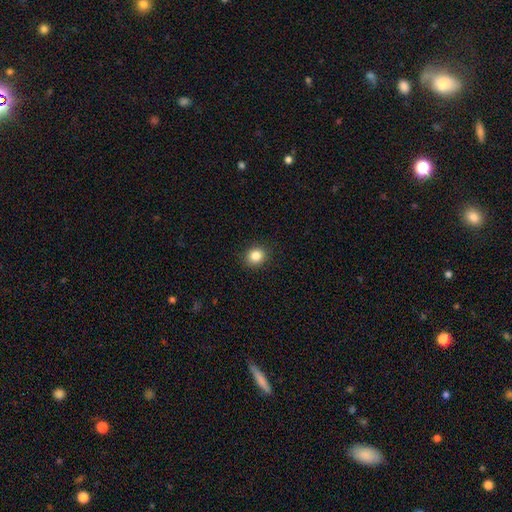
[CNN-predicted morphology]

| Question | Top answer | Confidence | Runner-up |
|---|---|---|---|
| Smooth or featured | smooth | 84% | star or artifact (11%) |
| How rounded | round | 78% | in between (21%) |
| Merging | none | 91% | minor disturbance (6%) |